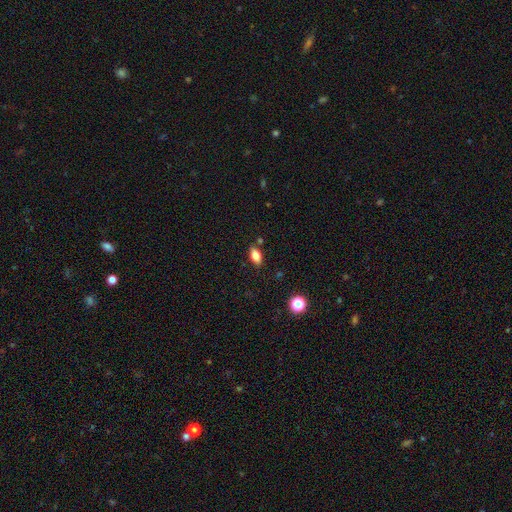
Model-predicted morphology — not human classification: Overall: smooth (80%). How rounded: in between (89%). Merging: none (83%).